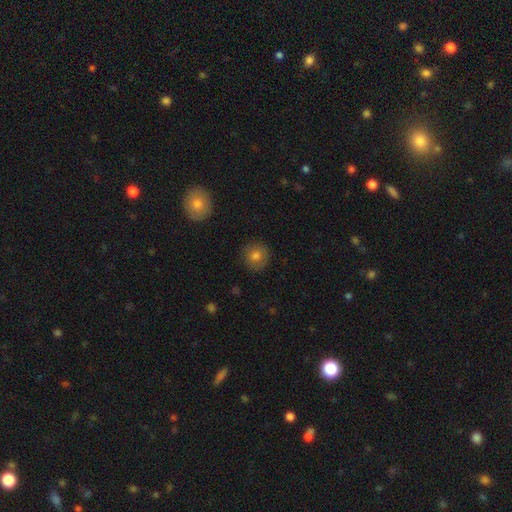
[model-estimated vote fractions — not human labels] A smooth galaxy with no disk features (79%) that is round (93%).

Vote fractions:
- Smooth or featured? smooth: 79% / featured or disk: 11% / star or artifact: 9%
- How rounded? round: 93% / in between: 6% / cigar-shaped: 1%
- Merging? none: 89% / minor disturbance: 8% / major disturbance: 2% / merger: 1%